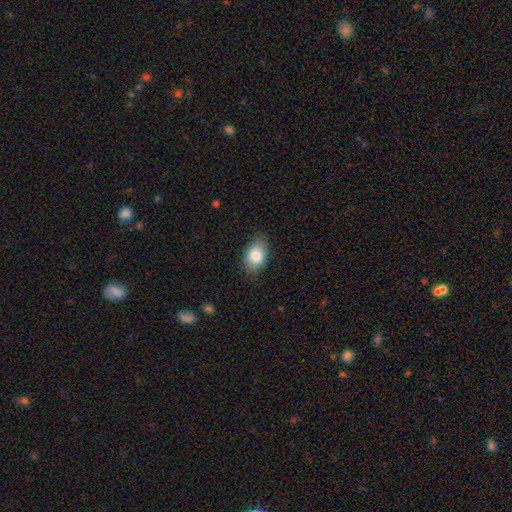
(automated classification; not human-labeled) Smooth or featured? smooth (83%)
How rounded? in between (84%)
Merging? none (78%)